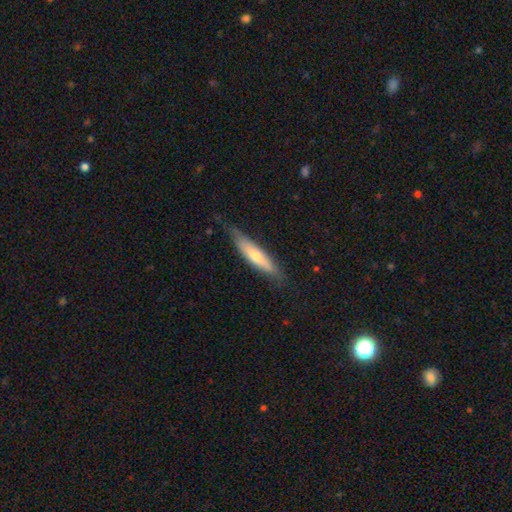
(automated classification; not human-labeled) Morphology: type=smooth (54%); roundness=cigar-shaped (81%); merging=none (74%).